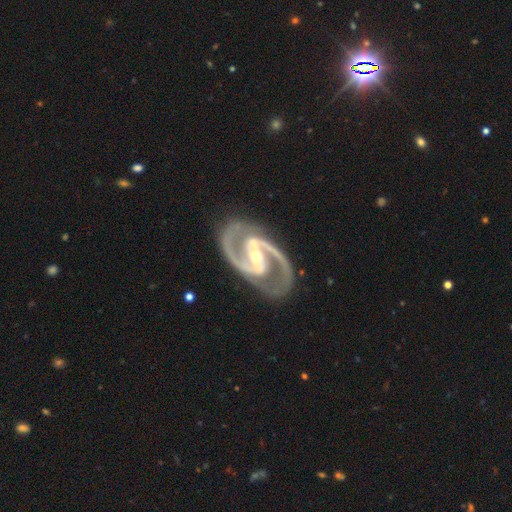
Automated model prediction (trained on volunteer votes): smooth-or-featured: featured or disk: 94% | star or artifact: 4% | smooth: 2%
  disk-edge-on: no: 98% | yes: 2%
    bar: strong: 66% | weak: 24% | no: 10%
    has-spiral-arms: yes: 98% | no: 2%
      spiral-winding: medium: 65% | tight: 25% | loose: 10%
      spiral-arm-count: 2: 94% | 3: 2% | can't tell: 1% | 1: 1% | 4: 1% | more than 4: 1%
    bulge-size: small: 58% | moderate: 38% | large: 2% | none: 1% | dominant: 1%
  merging: none: 82% | minor disturbance: 11% | major disturbance: 5% | merger: 2%